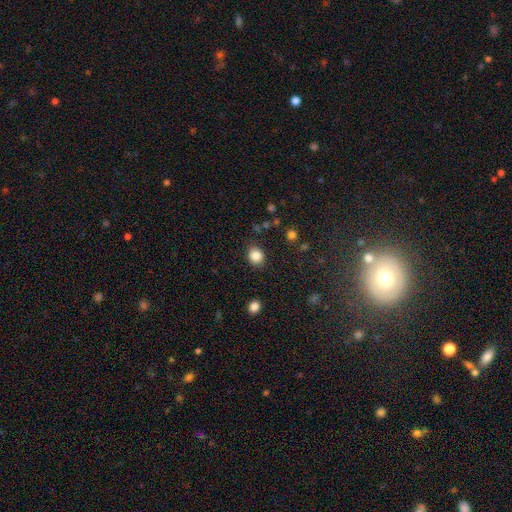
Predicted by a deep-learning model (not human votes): Smooth or featured?
  - smooth: 86% *
  - star or artifact: 10%
  - featured or disk: 4%
How rounded?
  - round: 73% *
  - in between: 26%
  - cigar-shaped: 1%
Merging?
  - none: 86% *
  - minor disturbance: 9%
  - major disturbance: 3%
  - merger: 2%